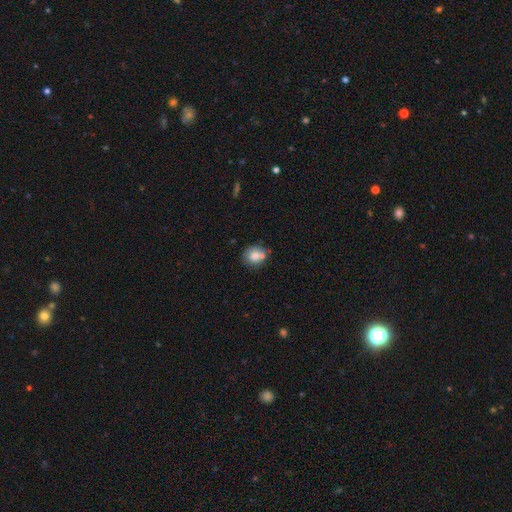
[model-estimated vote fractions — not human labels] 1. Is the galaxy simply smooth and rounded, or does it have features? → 79% smooth, 12% featured or disk, 9% star or artifact.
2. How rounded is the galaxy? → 74% round, 25% in between, 1% cigar-shaped.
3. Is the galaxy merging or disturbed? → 61% none, 18% merger, 17% minor disturbance, 4% major disturbance.